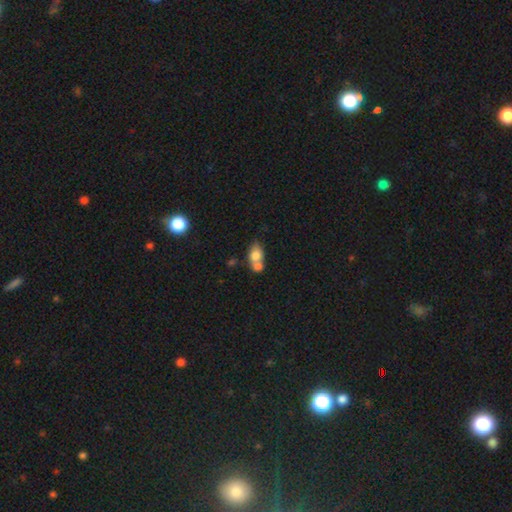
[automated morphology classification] Smooth or featured?
  - smooth: 75% *
  - featured or disk: 16%
  - star or artifact: 9%
How rounded?
  - in between: 66% *
  - round: 31%
  - cigar-shaped: 3%
Merging?
  - merger: 61% *
  - none: 25%
  - minor disturbance: 9%
  - major disturbance: 4%